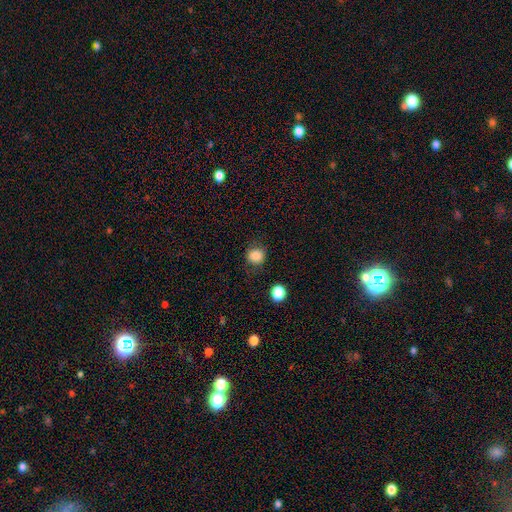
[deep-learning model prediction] Overall: smooth (84%). How rounded: round (89%). Merging: none (82%).